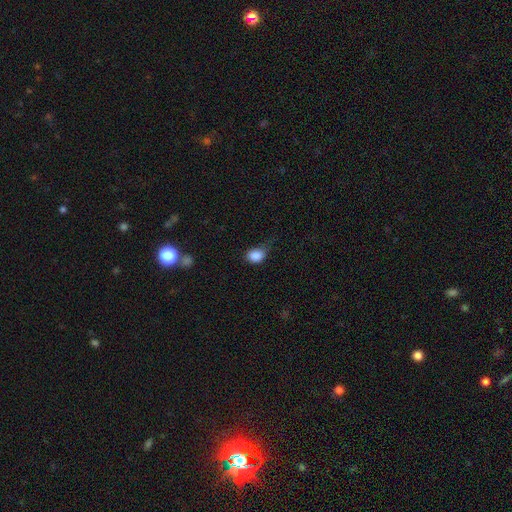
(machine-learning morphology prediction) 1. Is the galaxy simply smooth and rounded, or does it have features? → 86% smooth, 9% star or artifact, 5% featured or disk.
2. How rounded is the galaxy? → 60% in between, 38% round, 1% cigar-shaped.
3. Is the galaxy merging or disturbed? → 42% none, 38% minor disturbance, 18% major disturbance, 3% merger.